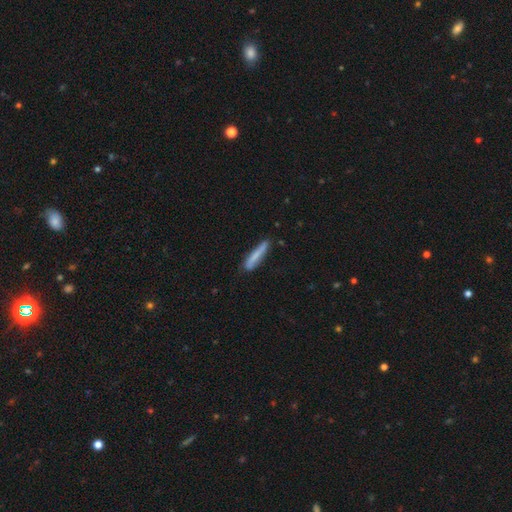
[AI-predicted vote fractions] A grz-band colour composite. It shows a smooth galaxy with no disk features (71%) that is cigar-shaped (90%). Merging: none (73%).